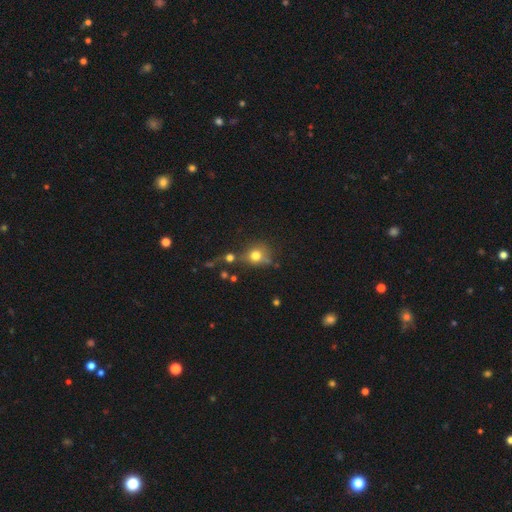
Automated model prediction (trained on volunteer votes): A smooth galaxy with no disk features (73%) that is round (76%). Merging: none (51%).